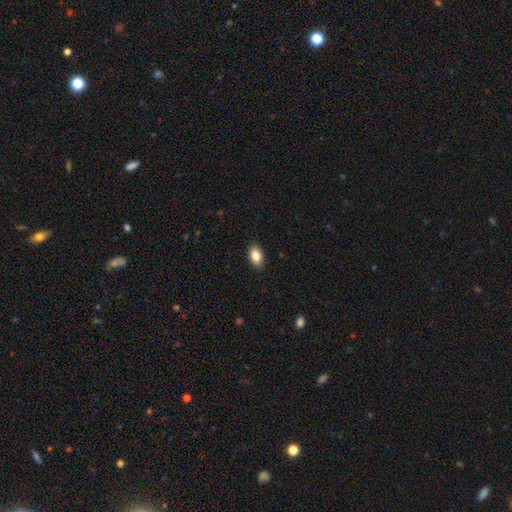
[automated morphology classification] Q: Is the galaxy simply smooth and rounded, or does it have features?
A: smooth — 87%.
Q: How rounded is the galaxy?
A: in between — 92%.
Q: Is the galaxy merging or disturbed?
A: none — 88%.